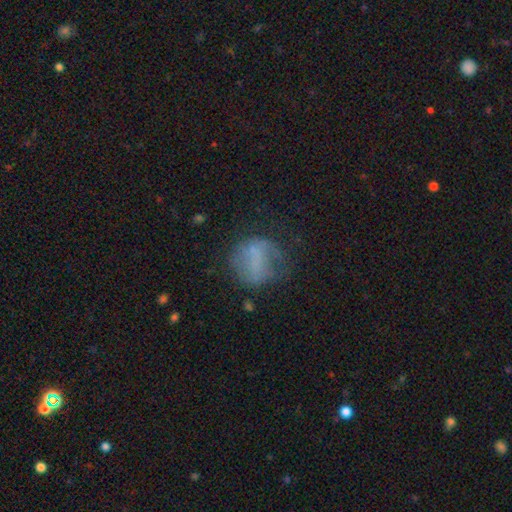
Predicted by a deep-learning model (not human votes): This appears to be a smooth galaxy with no disk features (52%) that is round (67%). Merging: none (47%).